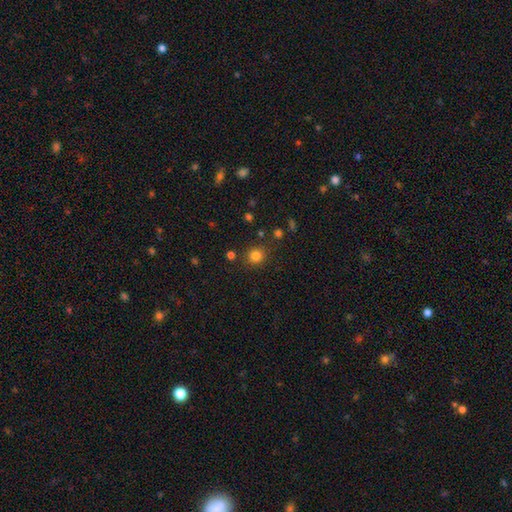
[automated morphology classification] type=smooth (81%); roundness=round (89%); merging=none (86%).